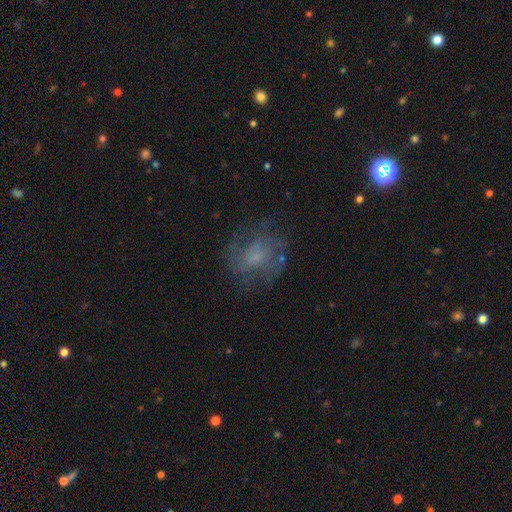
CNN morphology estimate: Smooth or featured? Predicted: featured or disk (p=0.56). Edge-on disk? Predicted: no (p=0.97). Bar? Predicted: no (p=0.69). Spiral arms? Predicted: yes (p=0.75). Bulge size? Predicted: small (p=0.33). Merging? Predicted: none (p=0.67).